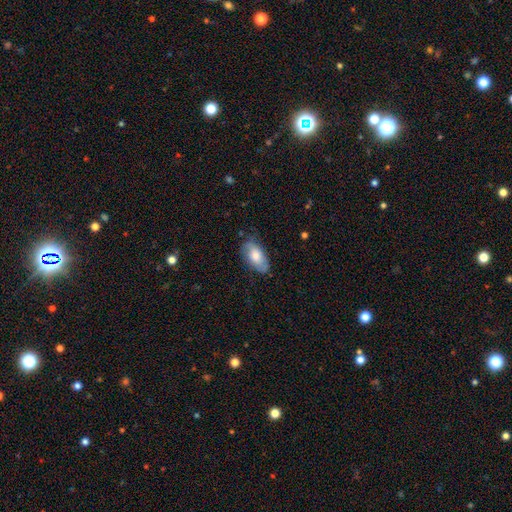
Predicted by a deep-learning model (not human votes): A smooth galaxy with no disk features (69%) that is in between round and cigar-shaped (92%).

Vote fractions:
- Smooth or featured? smooth: 69% / featured or disk: 25% / star or artifact: 6%
- How rounded? in between: 92% / cigar-shaped: 5% / round: 3%
- Merging? none: 71% / minor disturbance: 23% / major disturbance: 5% / merger: 1%